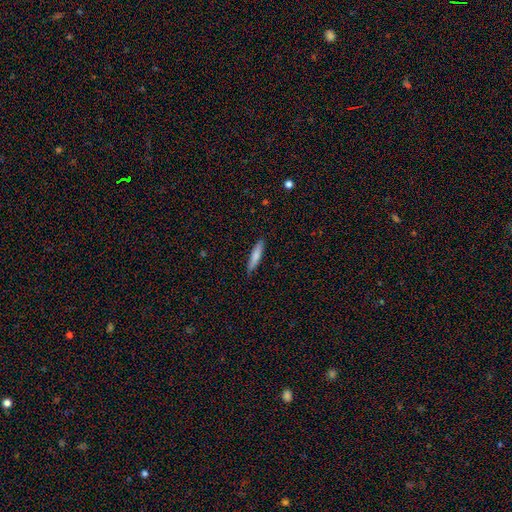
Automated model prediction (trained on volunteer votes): Morphology: type=smooth (78%); roundness=cigar-shaped (85%); merging=none (87%).